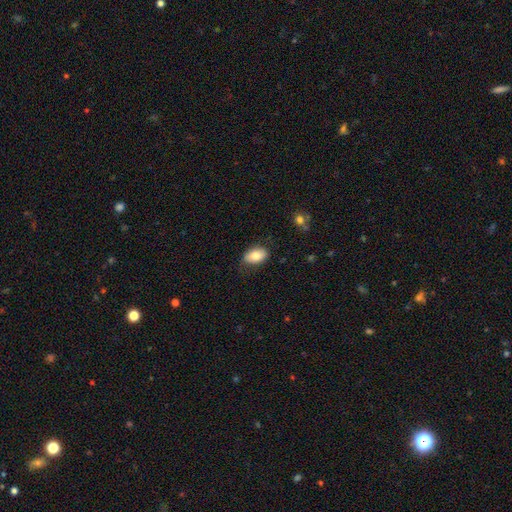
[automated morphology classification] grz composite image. It shows a smooth galaxy with no disk features (80%) that is in between round and cigar-shaped (90%). Merging: none (76%).